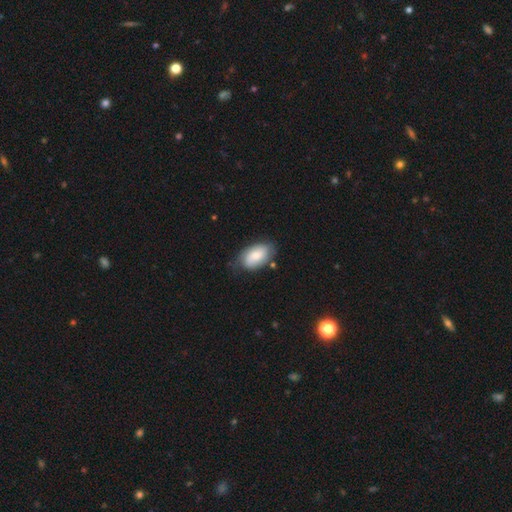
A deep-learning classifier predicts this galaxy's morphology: A smooth galaxy with no disk features (73%) that is in between round and cigar-shaped (93%).

Vote fractions:
- Smooth or featured? smooth: 73% / featured or disk: 21% / star or artifact: 7%
- How rounded? in between: 93% / round: 5% / cigar-shaped: 2%
- Merging? none: 66% / minor disturbance: 25% / major disturbance: 6% / merger: 3%